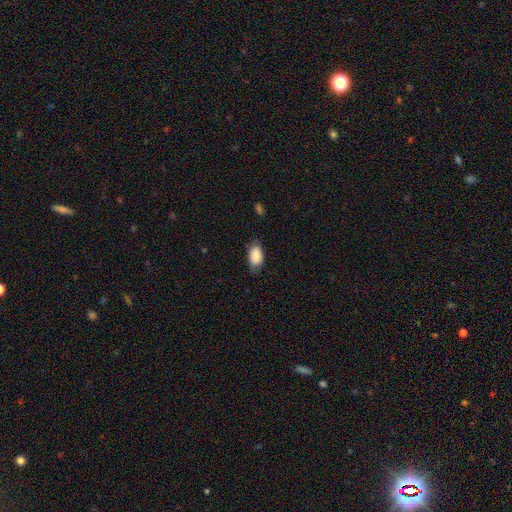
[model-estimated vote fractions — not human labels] smooth_or_featured: smooth (p=0.88) [alt: star or artifact p=0.06]
how_rounded: in between (p=0.93) [alt: round p=0.05]
merging: none (p=0.73) [alt: minor disturbance p=0.21]